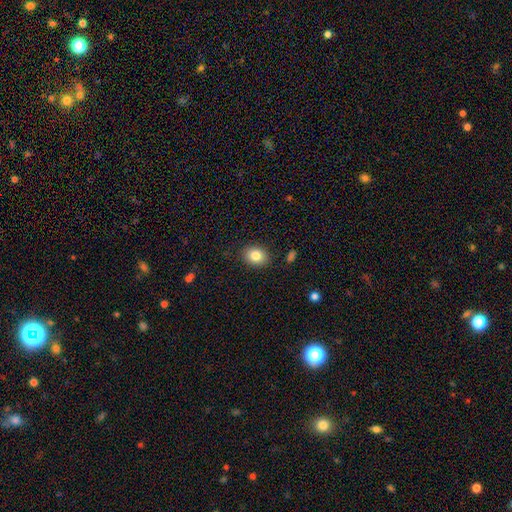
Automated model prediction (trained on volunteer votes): smooth_or_featured: smooth (p=0.84) [alt: star or artifact p=0.09]
how_rounded: in between (p=0.54) [alt: round p=0.45]
merging: none (p=0.87) [alt: minor disturbance p=0.09]